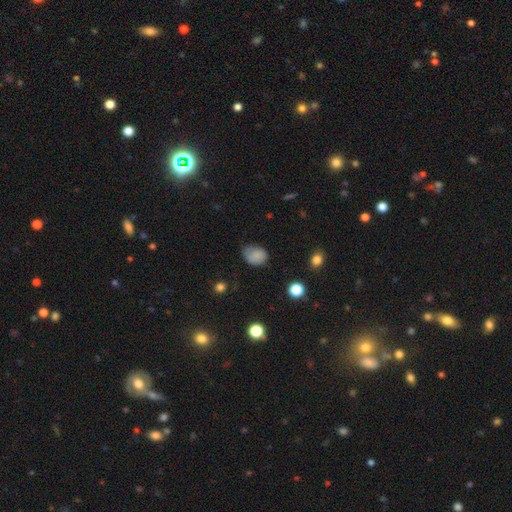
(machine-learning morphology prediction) smooth-or-featured: smooth: 82% | star or artifact: 11% | featured or disk: 7%
  how-rounded: in between: 65% | round: 34% | cigar-shaped: 1%
  merging: none: 53% | minor disturbance: 35% | major disturbance: 10% | merger: 2%